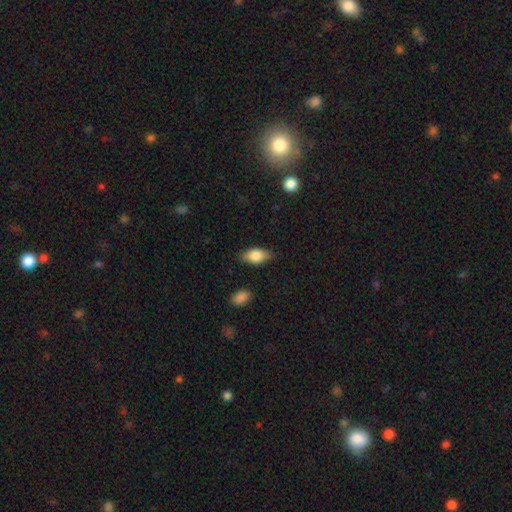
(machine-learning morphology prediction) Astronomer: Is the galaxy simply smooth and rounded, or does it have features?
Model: smooth — 81%.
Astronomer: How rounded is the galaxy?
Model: in between — 89%.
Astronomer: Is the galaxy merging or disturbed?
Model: none — 83%.